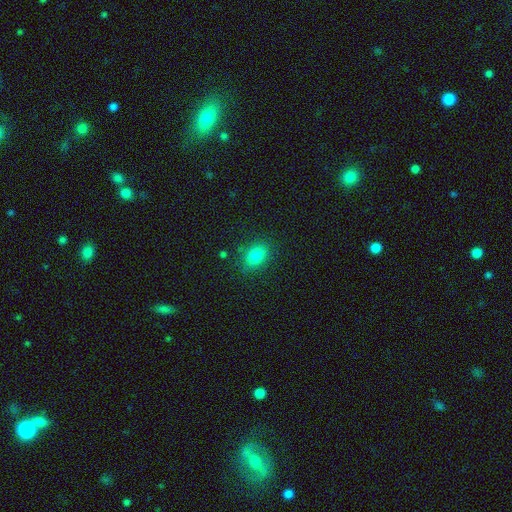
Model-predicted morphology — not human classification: Smooth or featured? smooth (82%)
How rounded? in between (76%)
Merging? none (82%)